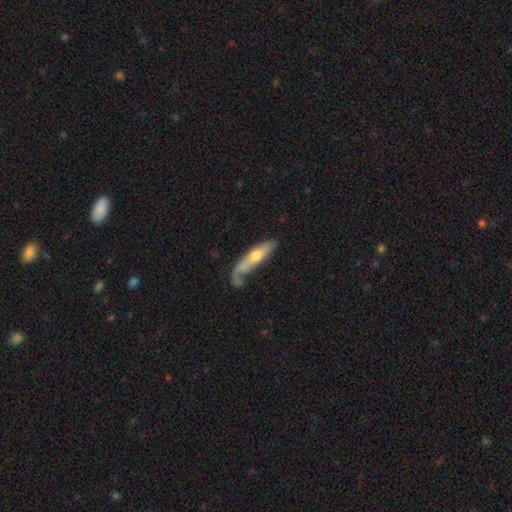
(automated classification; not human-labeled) The model was most divided on "smooth or featured": featured or disk: 51%, smooth: 44%, star or artifact: 6%. Remaining: edge-on disk — yes (55%); merging — none (38%).